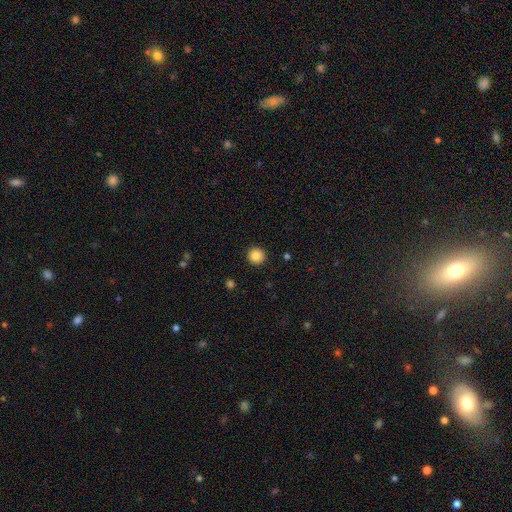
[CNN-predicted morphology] Overall: smooth (85%). How rounded: round (95%). Merging: none (93%).